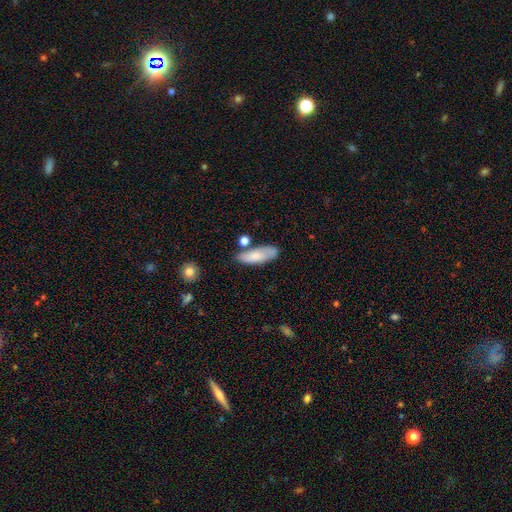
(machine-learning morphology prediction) A smooth galaxy with no disk features (79%) that is in between round and cigar-shaped (66%). Merging: none (65%).